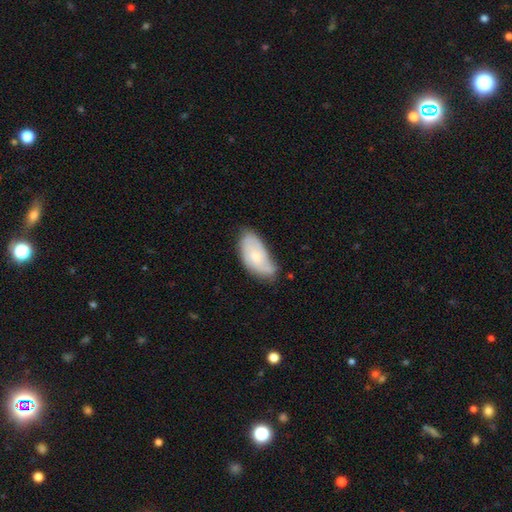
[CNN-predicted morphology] Smooth or featured? smooth (49%)
Merging? none (51%)